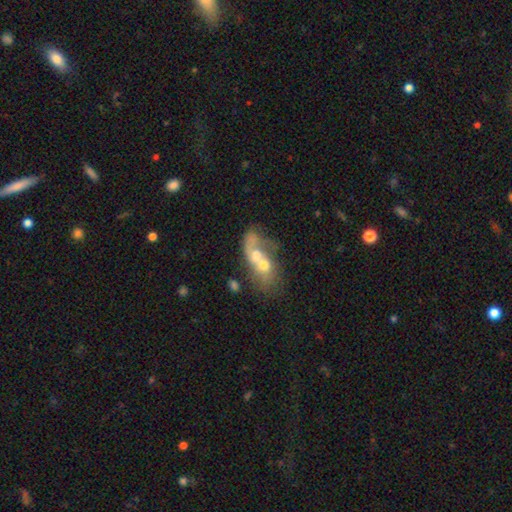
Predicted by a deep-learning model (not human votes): A featured or disk galaxy (46%). Merging: merger (76%).